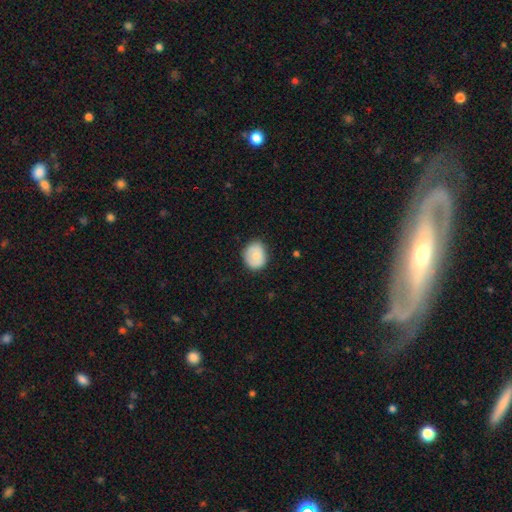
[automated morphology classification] Q: Smooth or featured?
A: smooth (75%); runner-up: featured or disk (19%)
Q: How rounded?
A: round (60%); runner-up: in between (39%)
Q: Merging?
A: none (77%); runner-up: minor disturbance (18%)